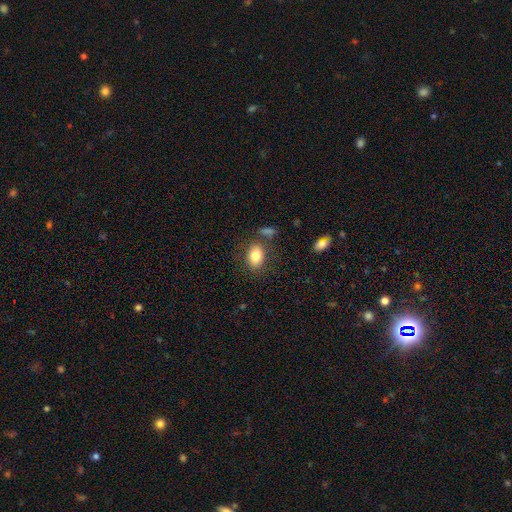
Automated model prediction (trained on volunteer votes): Smooth or featured?
  - smooth: 82% *
  - featured or disk: 10%
  - star or artifact: 8%
How rounded?
  - in between: 80% *
  - round: 18%
  - cigar-shaped: 1%
Merging?
  - none: 76% *
  - minor disturbance: 13%
  - merger: 7%
  - major disturbance: 4%